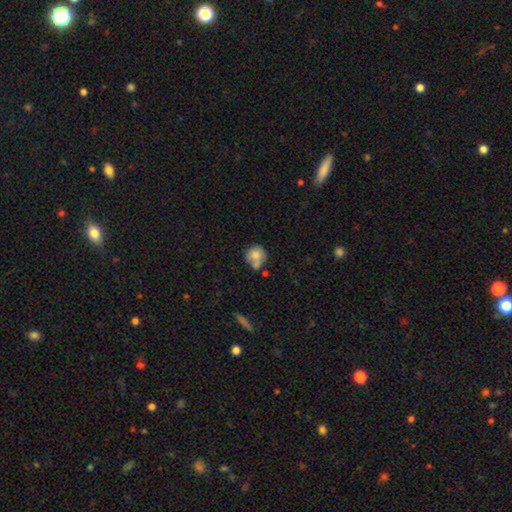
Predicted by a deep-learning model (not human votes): This is likely a smooth galaxy (73%). How rounded: clearly round (80%). Merging: possibly none (45%).